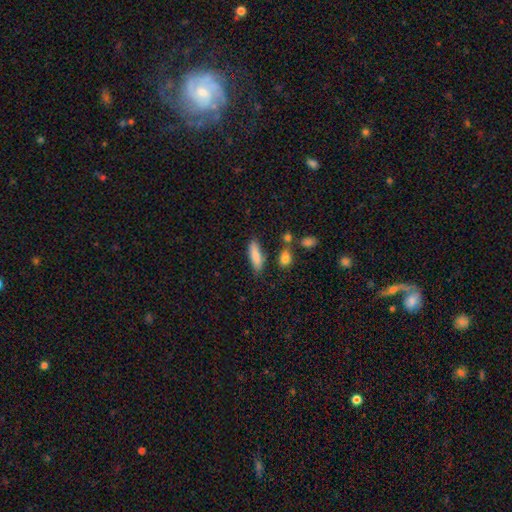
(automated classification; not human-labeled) Smooth or featured: smooth — 84% (featured or disk — 9%)
How rounded: cigar-shaped — 53% (in between — 45%)
Merging: none — 74% (minor disturbance — 15%)